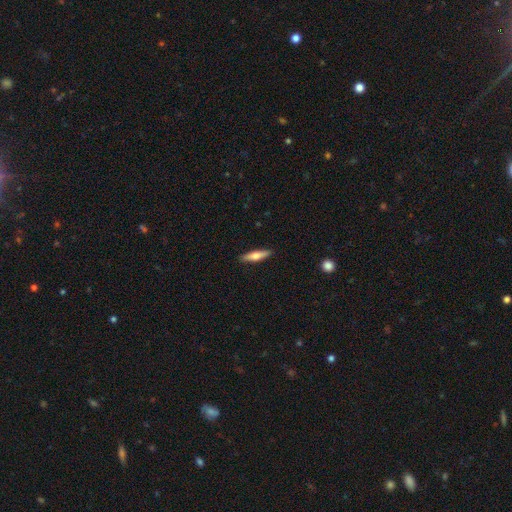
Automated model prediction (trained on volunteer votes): Smooth or featured?
  - smooth: 59% *
  - featured or disk: 35%
  - star or artifact: 6%
How rounded?
  - cigar-shaped: 77% *
  - in between: 21%
  - round: 2%
Merging?
  - none: 90% *
  - minor disturbance: 7%
  - major disturbance: 2%
  - merger: 1%